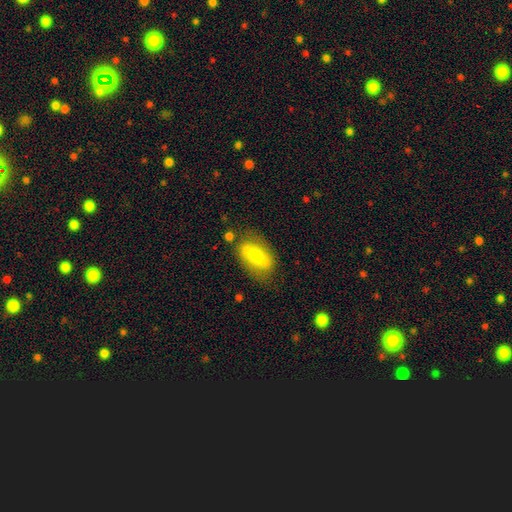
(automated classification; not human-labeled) Q: Smooth or featured?
A: smooth (54%); runner-up: featured or disk (39%)
Q: How rounded?
A: in between (83%); runner-up: cigar-shaped (11%)
Q: Merging?
A: none (71%); runner-up: minor disturbance (19%)